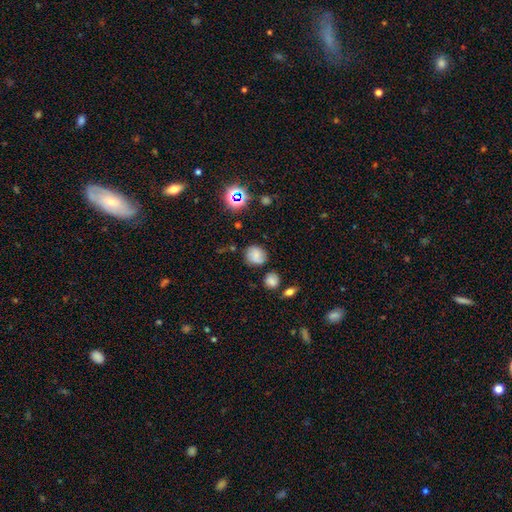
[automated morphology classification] A smooth galaxy with no disk features (62%) that is round (77%).

Vote fractions:
- Smooth or featured? smooth: 62% / featured or disk: 23% / star or artifact: 15%
- How rounded? round: 77% / in between: 22% / cigar-shaped: 1%
- Merging? none: 70% / minor disturbance: 19% / major disturbance: 5% / merger: 5%